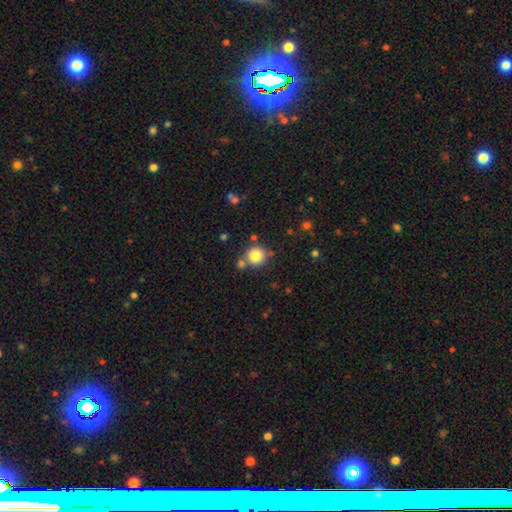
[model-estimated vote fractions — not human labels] Q: Smooth or featured?
A: smooth (82%); runner-up: star or artifact (10%)
Q: How rounded?
A: round (91%); runner-up: in between (8%)
Q: Merging?
A: none (72%); runner-up: merger (16%)